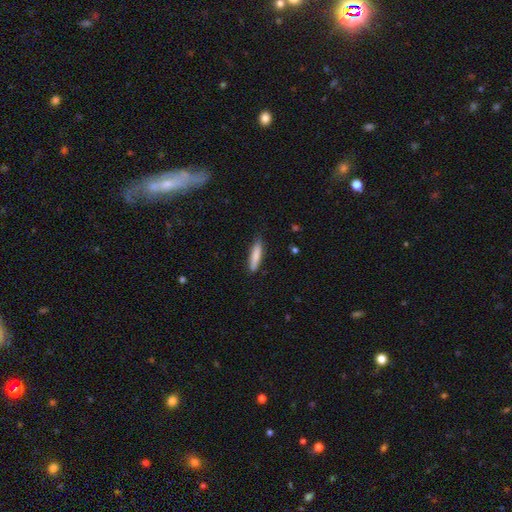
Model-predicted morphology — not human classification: A smooth galaxy with no disk features (83%) that is cigar-shaped (82%). Merging: none (81%).